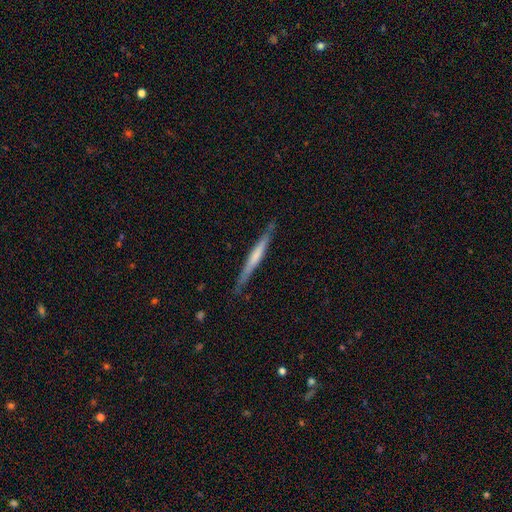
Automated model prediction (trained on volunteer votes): smooth_or_featured: featured or disk (p=0.51) [alt: smooth p=0.44]
disk_edge_on: yes (p=0.96) [alt: no p=0.04]
merging: none (p=0.85) [alt: minor disturbance p=0.12]